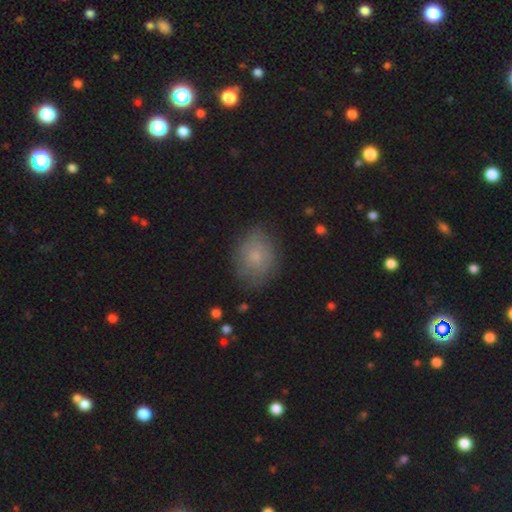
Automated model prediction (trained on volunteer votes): Overall: smooth (67%). How rounded: in between (57%; round 42%). Merging: none (75%).